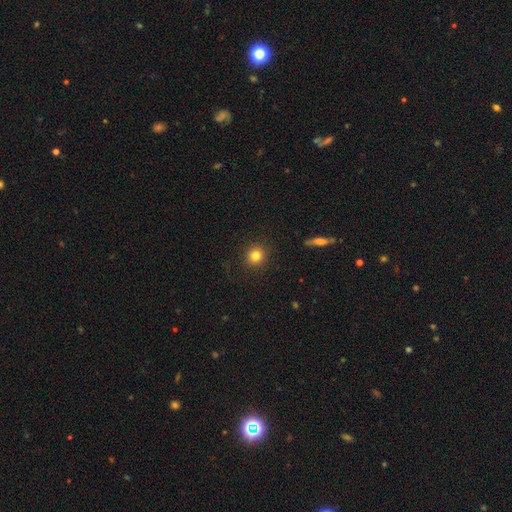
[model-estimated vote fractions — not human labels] smooth_or_featured: smooth (p=0.82) [alt: star or artifact p=0.11]
how_rounded: round (p=0.91) [alt: in between p=0.08]
merging: none (p=0.90) [alt: minor disturbance p=0.06]